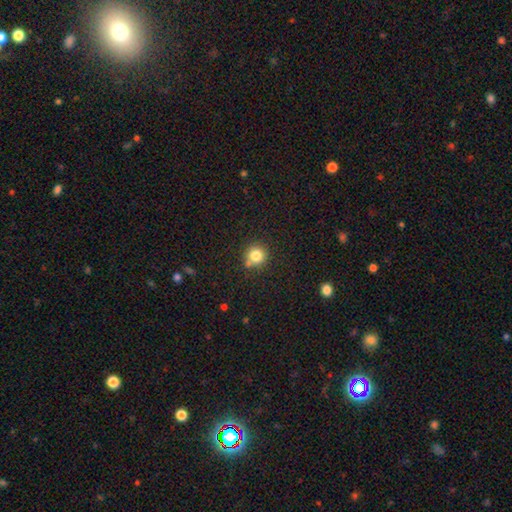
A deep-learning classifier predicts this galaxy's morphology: smooth_or_featured: smooth (p=0.81) [alt: star or artifact p=0.12]
how_rounded: round (p=0.93) [alt: in between p=0.06]
merging: none (p=0.75) [alt: merger p=0.12]